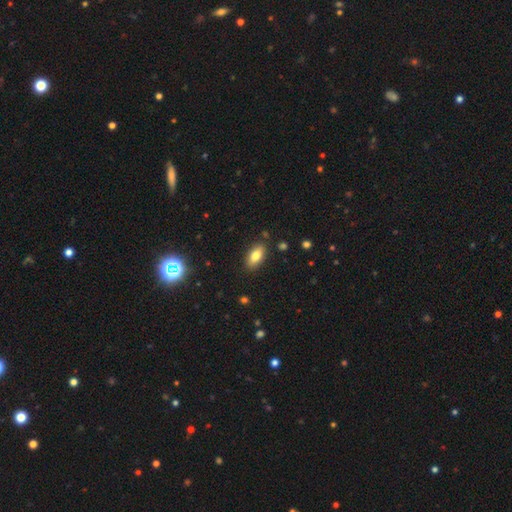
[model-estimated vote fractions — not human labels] This is likely a smooth galaxy (78%). How rounded: clearly in between (87%). Merging: clearly none (87%).